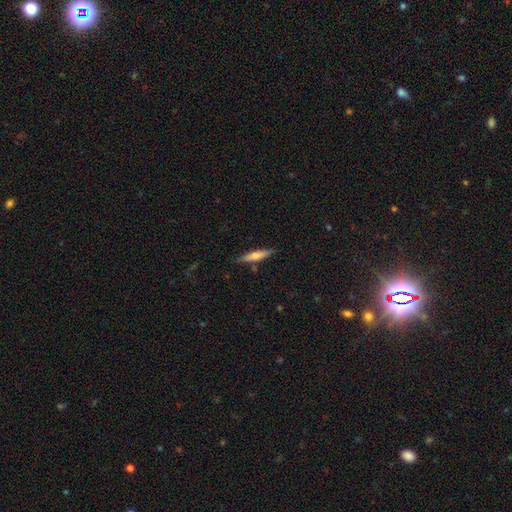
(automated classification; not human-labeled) A smooth galaxy with no disk features (69%) that is cigar-shaped (87%). Merging: none (84%).